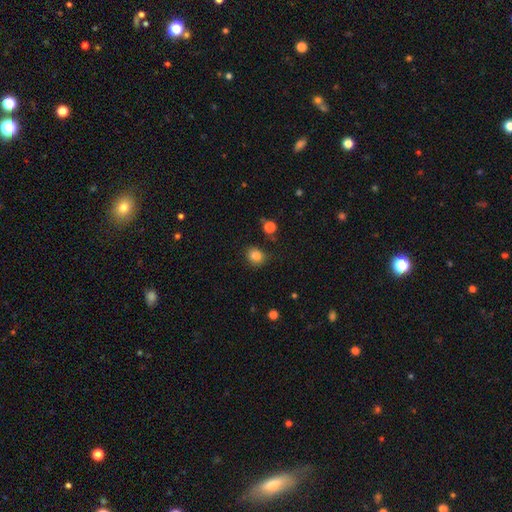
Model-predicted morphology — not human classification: Smooth or featured: smooth — 83% (star or artifact — 12%)
How rounded: round — 61% (in between — 38%)
Merging: none — 73% (minor disturbance — 19%)